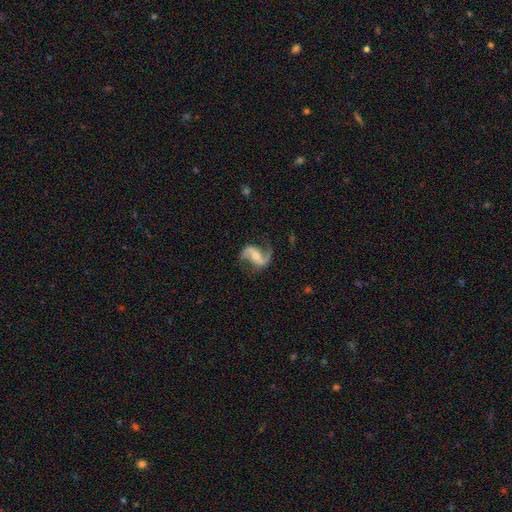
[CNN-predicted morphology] Smooth or featured?
  - featured or disk: 90% *
  - smooth: 5%
  - star or artifact: 5%
Edge-on disk?
  - no: 97% *
  - yes: 3%
Bar?
  - weak: 37% *
  - strong: 35%
  - no: 28%
Spiral arms?
  - yes: 97% *
  - no: 3%
Spiral winding?
  - loose: 60% *
  - medium: 33%
  - tight: 7%
Spiral arm count?
  - 2: 92% *
  - 1: 4%
  - can't tell: 2%
  - 3: 1%
  - 4: 1%
  - more than 4: 1%
Bulge size?
  - moderate: 52% *
  - small: 40%
  - large: 4%
  - none: 3%
  - dominant: 1%
Merging?
  - none: 76% *
  - minor disturbance: 14%
  - major disturbance: 8%
  - merger: 2%